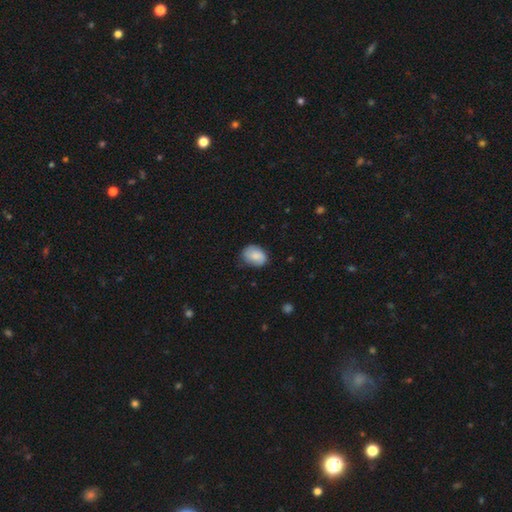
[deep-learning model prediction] This is clearly a smooth galaxy (80%). How rounded: likely in between (66%). Merging: likely none (71%).